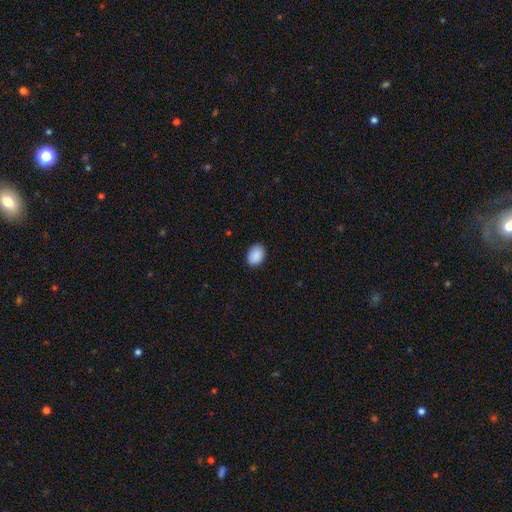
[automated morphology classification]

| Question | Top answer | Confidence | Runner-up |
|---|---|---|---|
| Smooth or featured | smooth | 91% | star or artifact (7%) |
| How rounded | in between | 75% | round (25%) |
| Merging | none | 88% | minor disturbance (10%) |